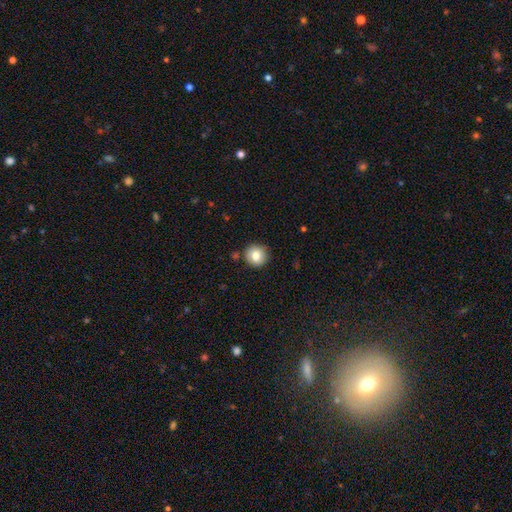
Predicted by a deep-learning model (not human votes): smooth_or_featured: smooth (p=0.81) [alt: star or artifact p=0.09]
how_rounded: round (p=0.94) [alt: in between p=0.05]
merging: none (p=0.87) [alt: minor disturbance p=0.08]